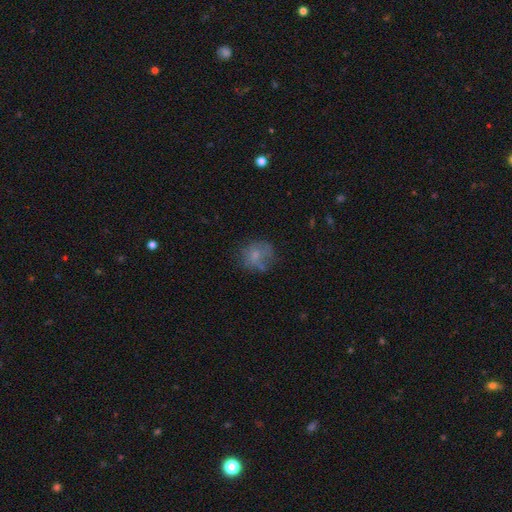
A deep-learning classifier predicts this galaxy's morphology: Q: Smooth or featured?
A: smooth (66%); runner-up: featured or disk (23%)
Q: How rounded?
A: round (70%); runner-up: in between (29%)
Q: Merging?
A: none (52%); runner-up: minor disturbance (25%)